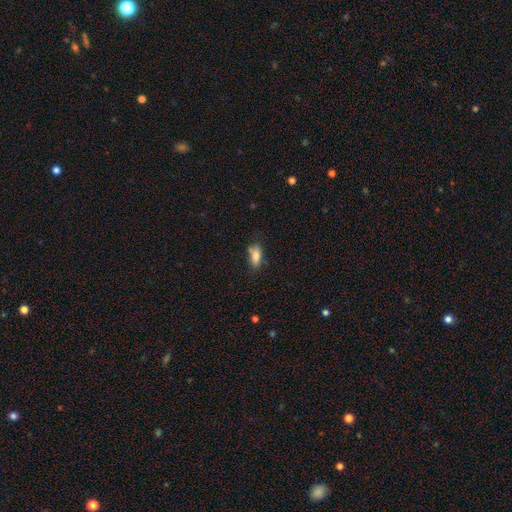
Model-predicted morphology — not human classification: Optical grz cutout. It shows a smooth galaxy with no disk features (77%) that is in between round and cigar-shaped (77%). Merging: none (61%).